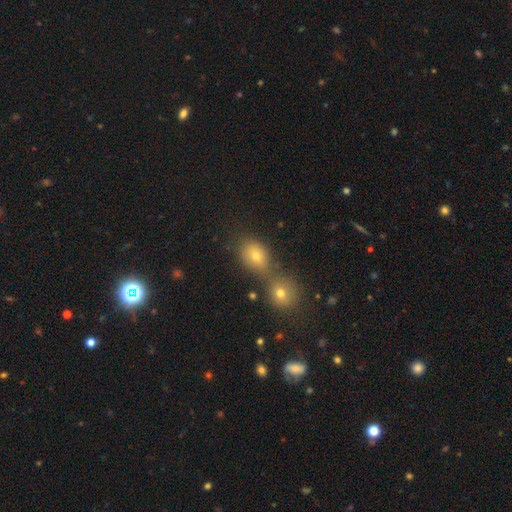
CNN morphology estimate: This appears to be a smooth galaxy with no disk features (73%) that is in between round and cigar-shaped (56%). Merging: merger (47%).